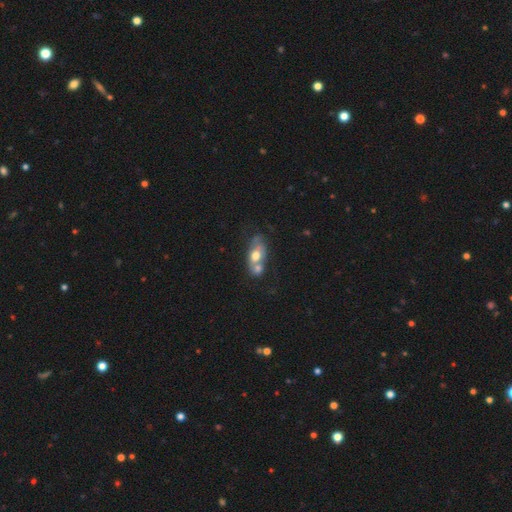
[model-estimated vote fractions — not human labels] Smooth or featured? Predicted: smooth (p=0.54). How rounded? Predicted: in between (p=0.79). Merging? Predicted: merger (p=0.55).